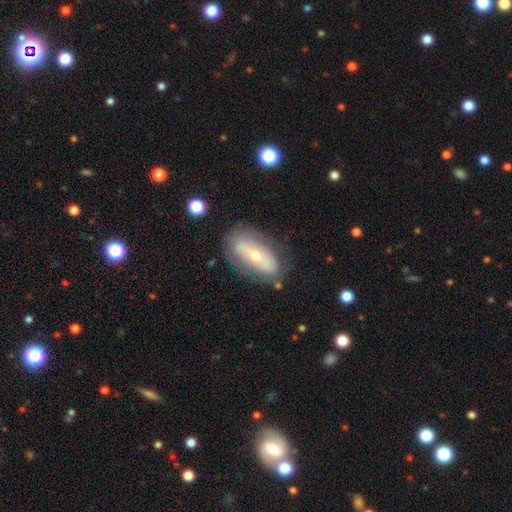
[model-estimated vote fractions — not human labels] This appears to be a featured or disk galaxy (53%). Merging: none (74%).